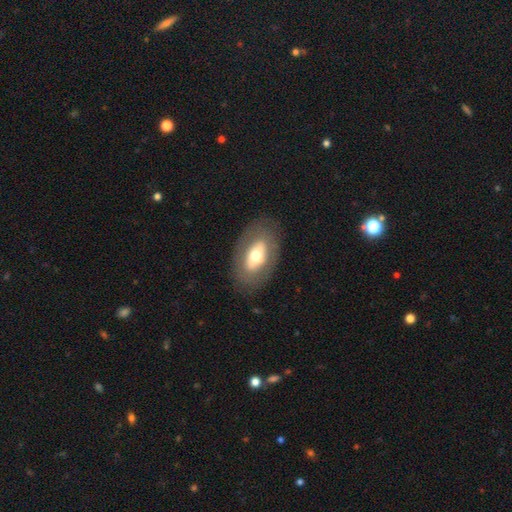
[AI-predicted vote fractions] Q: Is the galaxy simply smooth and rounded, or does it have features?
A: smooth — 50%.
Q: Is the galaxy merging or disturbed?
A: none — 81%.